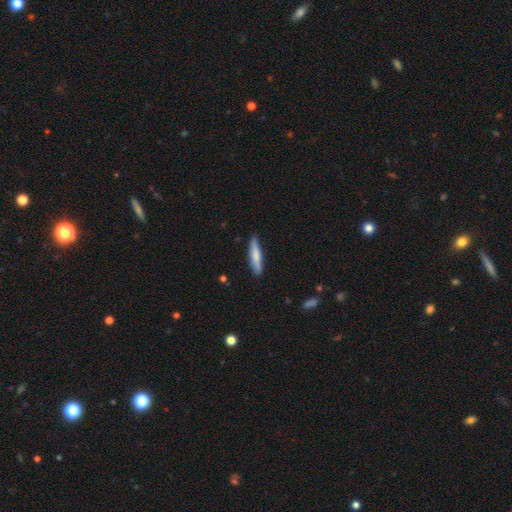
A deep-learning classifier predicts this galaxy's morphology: Smooth or featured?
  - smooth: 74% *
  - featured or disk: 21%
  - star or artifact: 5%
How rounded?
  - cigar-shaped: 84% *
  - in between: 15%
  - round: 1%
Merging?
  - none: 83% *
  - minor disturbance: 13%
  - major disturbance: 2%
  - merger: 1%